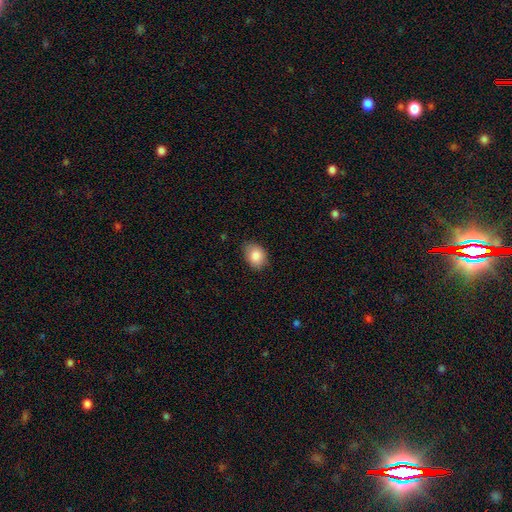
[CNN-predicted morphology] type=smooth (86%); roundness=in between (68%); merging=none (79%).